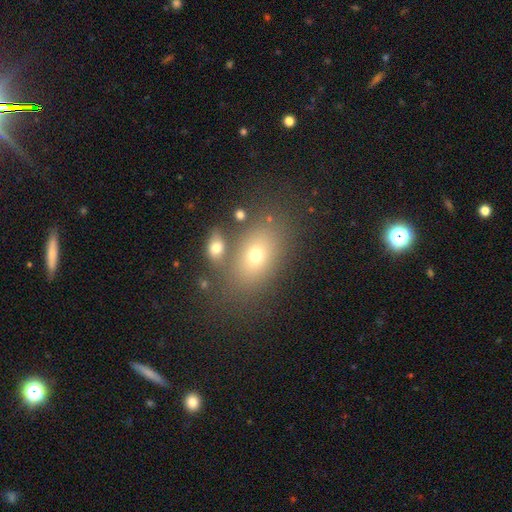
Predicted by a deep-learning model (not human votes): smooth 66%, featured or disk 19%, star or artifact 16%. Down the decision tree: how rounded — in between (79%); merging — none (66%).